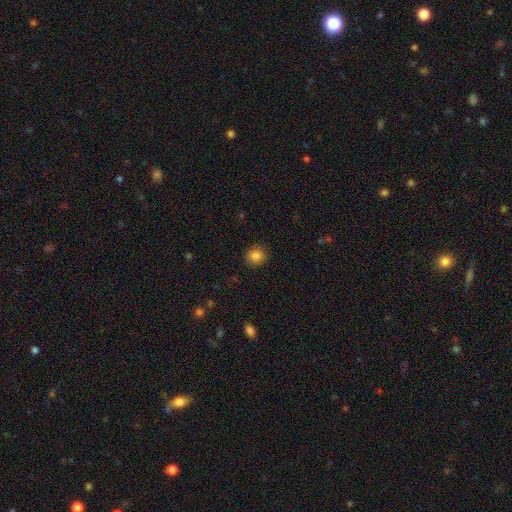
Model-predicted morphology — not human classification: Overall: smooth (85%). How rounded: round (84%). Merging: none (90%).